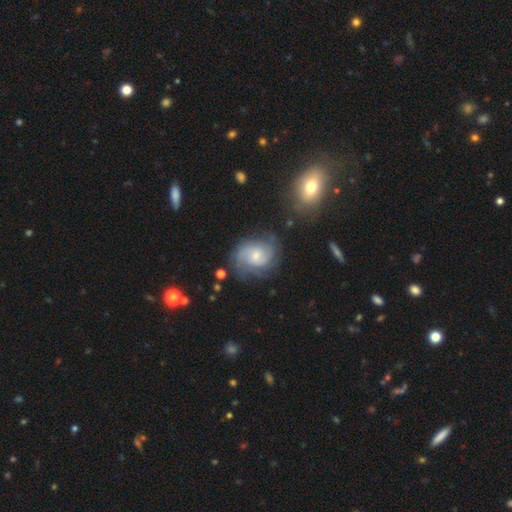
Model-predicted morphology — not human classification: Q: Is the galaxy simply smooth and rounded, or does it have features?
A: featured or disk — 75%.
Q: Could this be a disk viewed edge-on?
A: no — 98%.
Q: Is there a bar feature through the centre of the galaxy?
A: no — 57%.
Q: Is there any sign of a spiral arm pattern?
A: yes — 93%.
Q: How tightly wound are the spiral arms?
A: medium — 45%.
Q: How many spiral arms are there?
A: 2 — 48%.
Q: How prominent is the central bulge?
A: small — 53%.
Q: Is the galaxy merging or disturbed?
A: none — 67%.